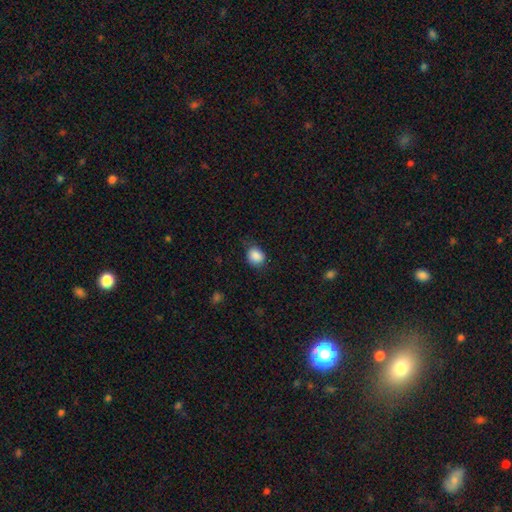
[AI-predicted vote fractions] This appears to be a smooth galaxy with no disk features (87%) that is round (59%). Merging: none (72%).